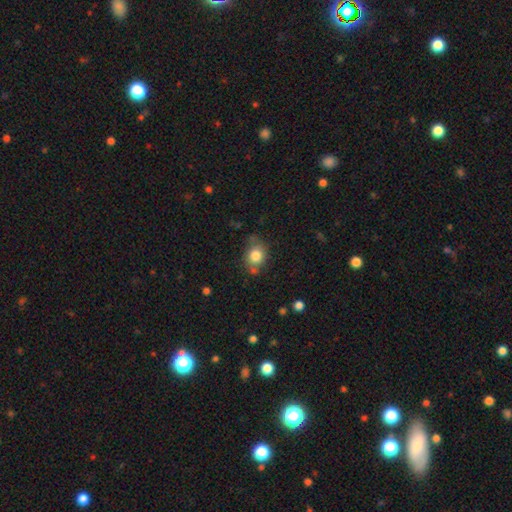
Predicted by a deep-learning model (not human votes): The model was most divided on "how rounded": round: 59%, in between: 40%, cigar-shaped: 1%. More confident: smooth or featured — smooth (81%); merging — none (69%).